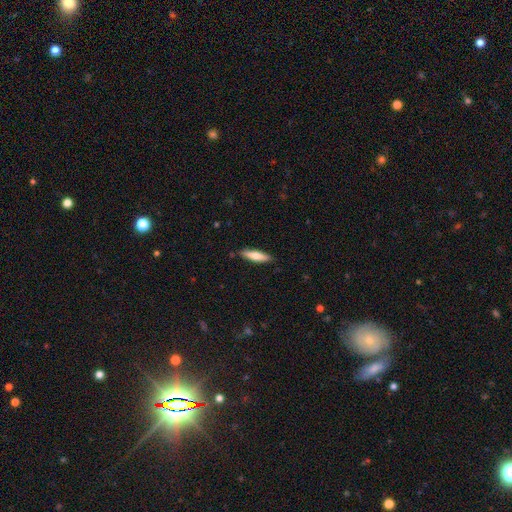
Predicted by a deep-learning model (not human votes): Overall: smooth (72%). How rounded: cigar-shaped (73%). Merging: none (87%).